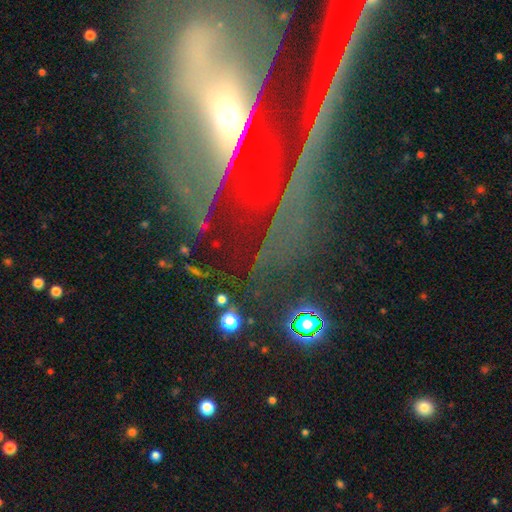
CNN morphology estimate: smooth_or_featured: featured or disk (p=0.55) [alt: star or artifact p=0.29]
disk_edge_on: no (p=0.64) [alt: yes p=0.36]
merging: none (p=0.54) [alt: major disturbance p=0.23]